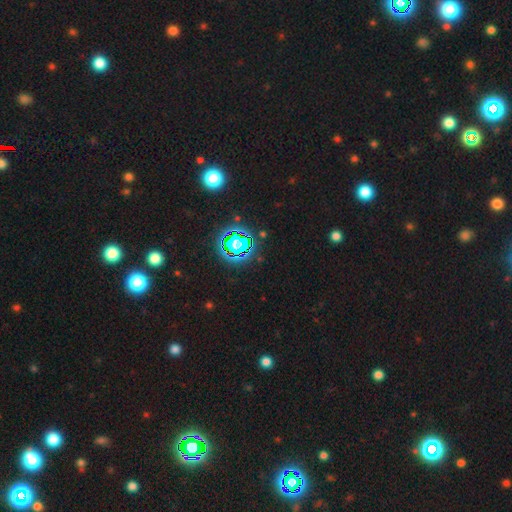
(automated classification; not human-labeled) Smooth or featured?
  - star or artifact: 78% *
  - smooth: 15%
  - featured or disk: 7%